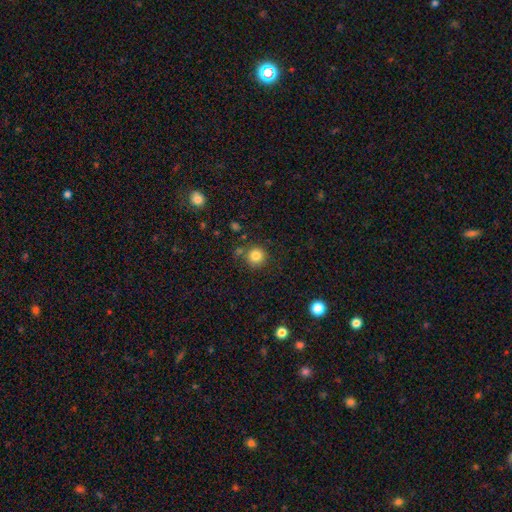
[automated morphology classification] smooth-or-featured: smooth: 83% | star or artifact: 11% | featured or disk: 5%
  how-rounded: round: 93% | in between: 6% | cigar-shaped: 1%
  merging: none: 80% | minor disturbance: 10% | merger: 7% | major disturbance: 3%